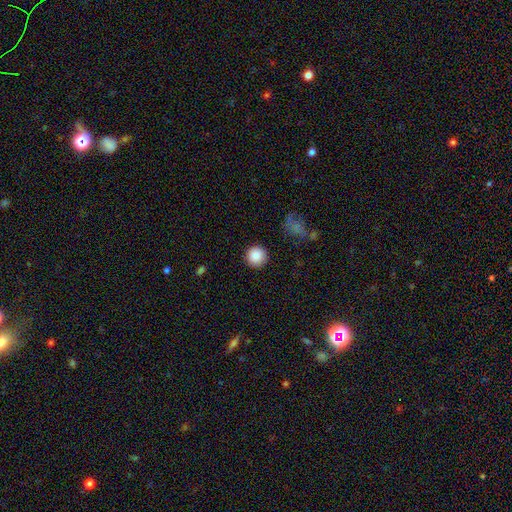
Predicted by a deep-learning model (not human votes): Smooth or featured: smooth — 88% (star or artifact — 9%)
How rounded: round — 95% (in between — 4%)
Merging: none — 91% (minor disturbance — 6%)